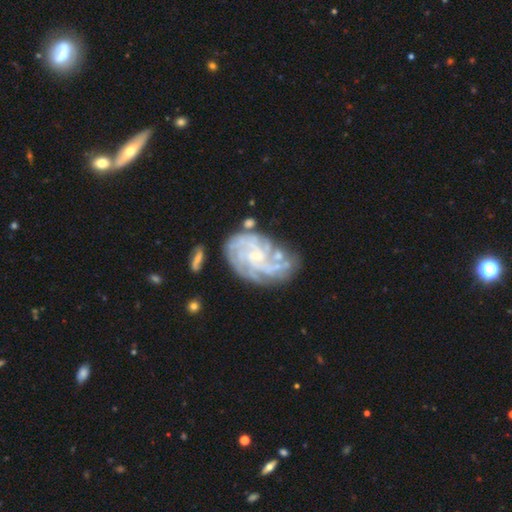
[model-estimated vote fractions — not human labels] This is clearly a featured or disk galaxy (86%). It is clearly not viewed edge-on (97%). Bar: likely no (65%). Spiral arm pattern: clearly yes (95%). Spiral arm count: marginally can't tell (29%). Spiral winding: likely tight (62%). Central bulge: likely small (72%). Merging: likely none (63%).